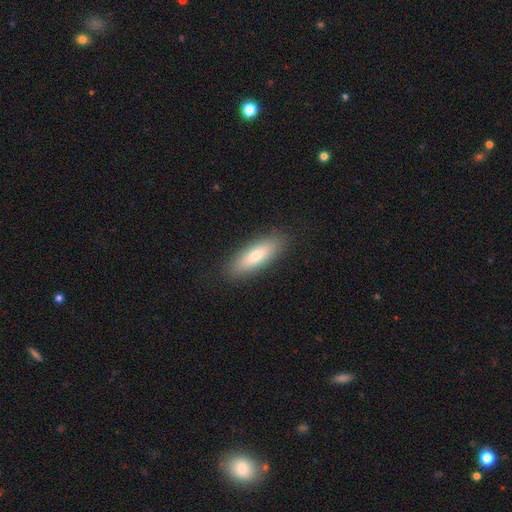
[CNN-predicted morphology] Smooth or featured? smooth (74%)
How rounded? in between (52%)
Merging? none (89%)